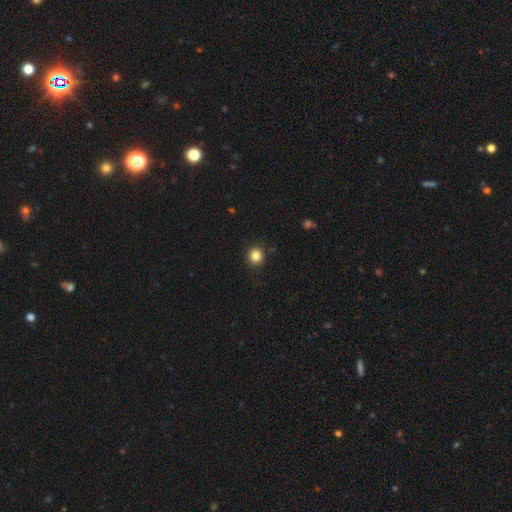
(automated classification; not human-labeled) Smooth or featured?
  - smooth: 84% *
  - star or artifact: 11%
  - featured or disk: 5%
How rounded?
  - round: 92% *
  - in between: 7%
  - cigar-shaped: 1%
Merging?
  - none: 91% *
  - minor disturbance: 6%
  - major disturbance: 2%
  - merger: 1%